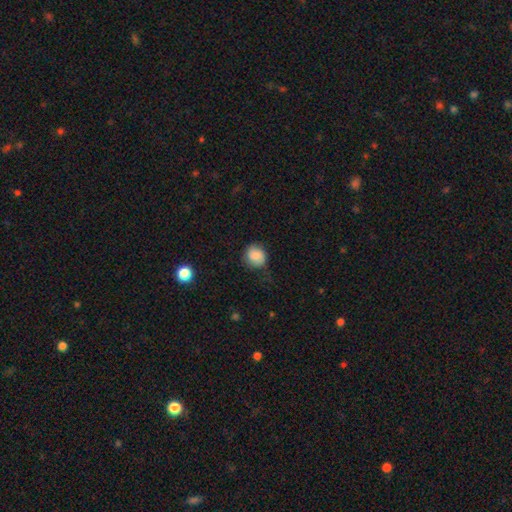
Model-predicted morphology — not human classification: This appears to be a smooth galaxy with no disk features (81%) that is round (79%). Merging: none (69%).